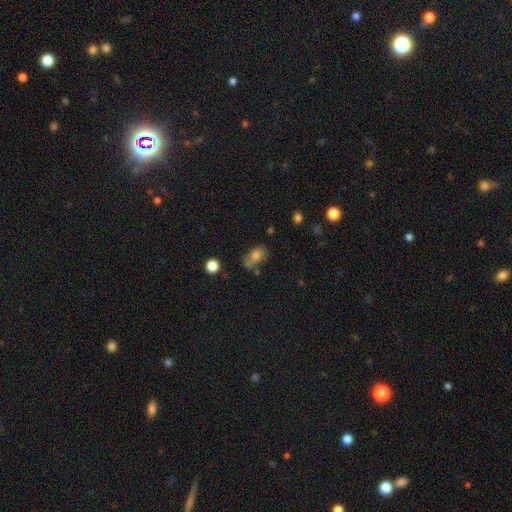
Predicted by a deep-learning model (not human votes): Smooth or featured: smooth — 73% (star or artifact — 14%)
How rounded: in between — 79% (round — 17%)
Merging: none — 51% (minor disturbance — 22%)